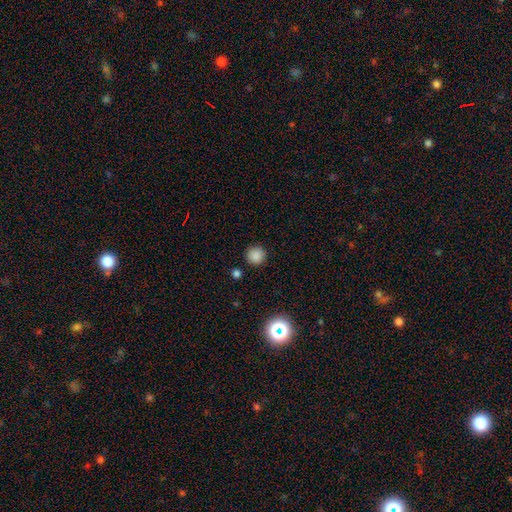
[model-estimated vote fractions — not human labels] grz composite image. It shows a smooth galaxy with no disk features (85%) that is round (95%). Merging: none (89%).